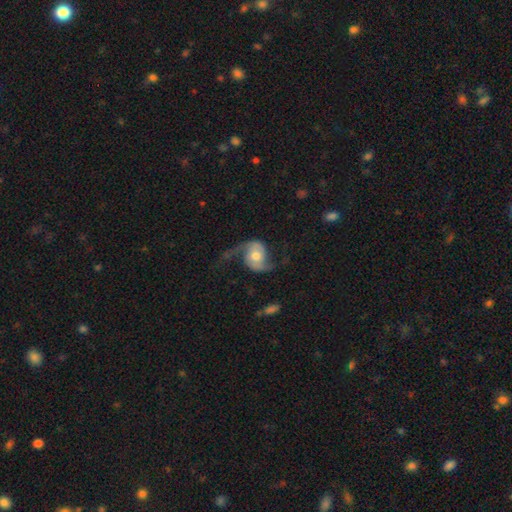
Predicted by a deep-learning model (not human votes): A featured or disk galaxy (87%) with no bar (59%), 2 (93%) loose (73%) spiral arms (96%) and a moderate central bulge (69%).

Vote fractions:
- Smooth or featured? featured or disk: 87% / smooth: 8% / star or artifact: 5%
- Edge-on disk? no: 97% / yes: 3%
- Bar? no: 59% / weak: 30% / strong: 11%
- Spiral arms? yes: 96% / no: 4%
- Spiral winding? loose: 73% / medium: 22% / tight: 5%
- Spiral arm count? 2: 93% / 1: 2% / can't tell: 2% / 3: 1% / 4: 1% / more than 4: 1%
- Bulge size? moderate: 69% / small: 17% / large: 11% / none: 2% / dominant: 2%
- Merging? none: 69% / minor disturbance: 15% / major disturbance: 14% / merger: 2%